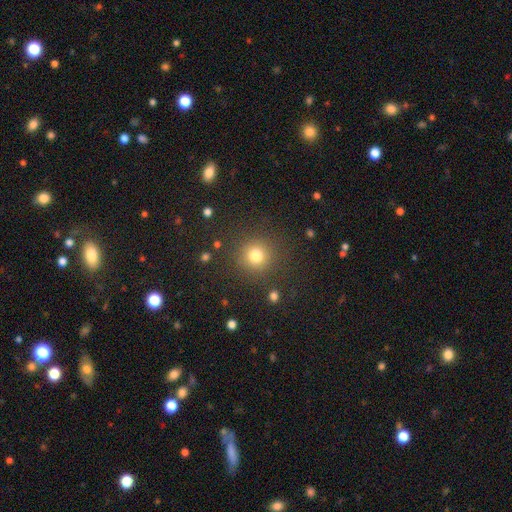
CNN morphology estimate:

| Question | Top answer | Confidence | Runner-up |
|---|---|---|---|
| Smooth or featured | smooth | 79% | star or artifact (14%) |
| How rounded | round | 93% | in between (6%) |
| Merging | none | 86% | minor disturbance (7%) |